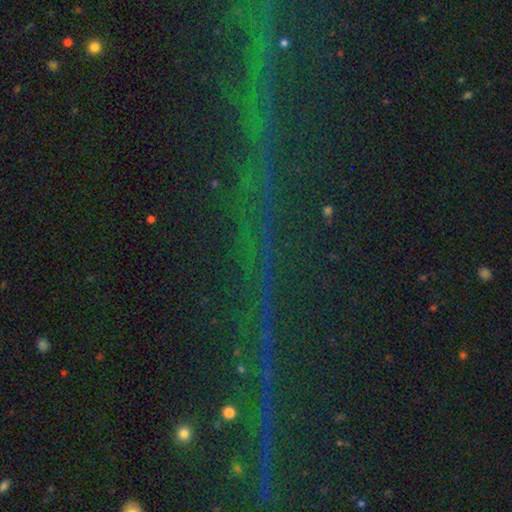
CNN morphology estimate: Overall: star or artifact (82%).